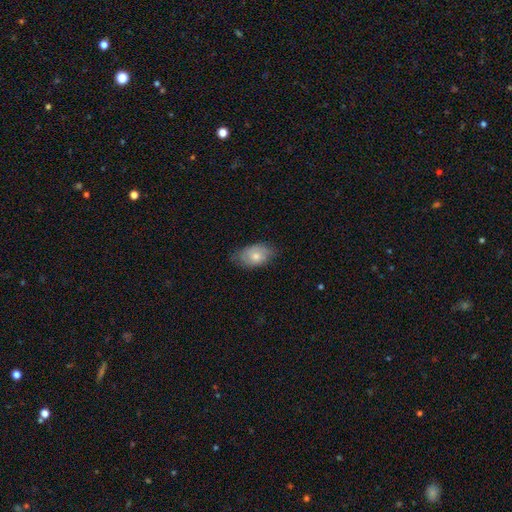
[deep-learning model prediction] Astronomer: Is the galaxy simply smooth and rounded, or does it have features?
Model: smooth — 65%.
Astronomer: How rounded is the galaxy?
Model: in between — 88%.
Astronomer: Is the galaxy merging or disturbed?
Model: none — 64%.